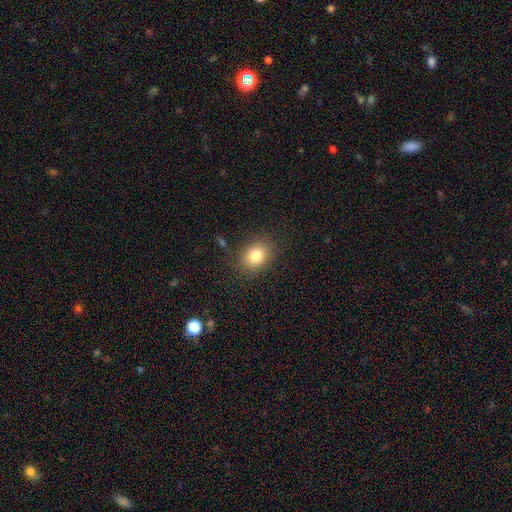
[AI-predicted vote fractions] Overall: smooth (81%). How rounded: in between (54%; round 45%). Merging: none (84%).